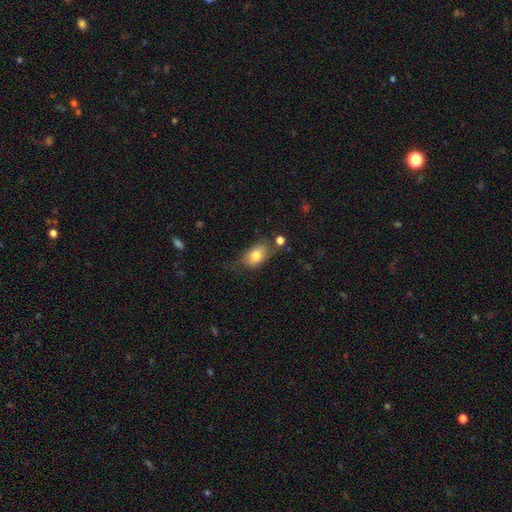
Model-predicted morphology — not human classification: type=smooth (78%); roundness=in between (82%); merging=none (55%).